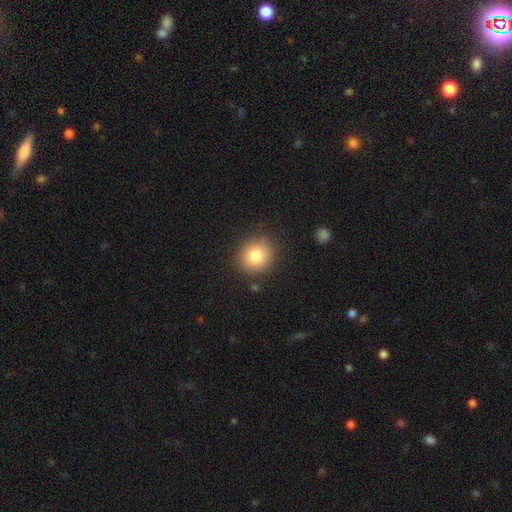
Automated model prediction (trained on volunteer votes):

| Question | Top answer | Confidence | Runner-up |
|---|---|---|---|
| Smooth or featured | smooth | 82% | star or artifact (10%) |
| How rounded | round | 82% | in between (17%) |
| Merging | none | 86% | minor disturbance (9%) |